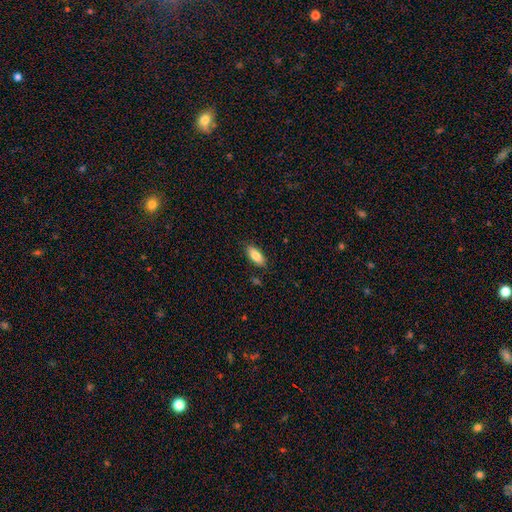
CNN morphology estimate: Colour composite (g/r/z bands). It shows a smooth galaxy with no disk features (83%) that is in between round and cigar-shaped (86%). Merging: none (84%).